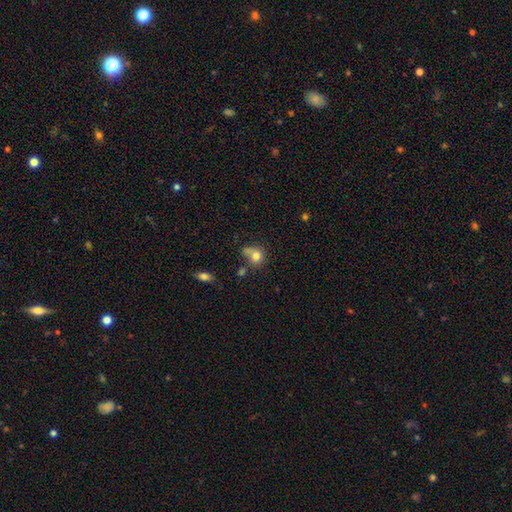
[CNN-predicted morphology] Overall: smooth (78%). How rounded: round (69%; in between 29%). Merging: none (41%; minor disturbance 23%).